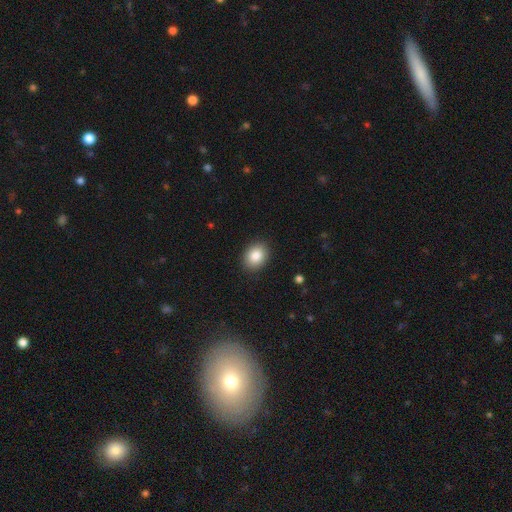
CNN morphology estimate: Smooth or featured? Predicted: smooth (p=0.85). How rounded? Predicted: in between (p=0.53). Merging? Predicted: none (p=0.89).